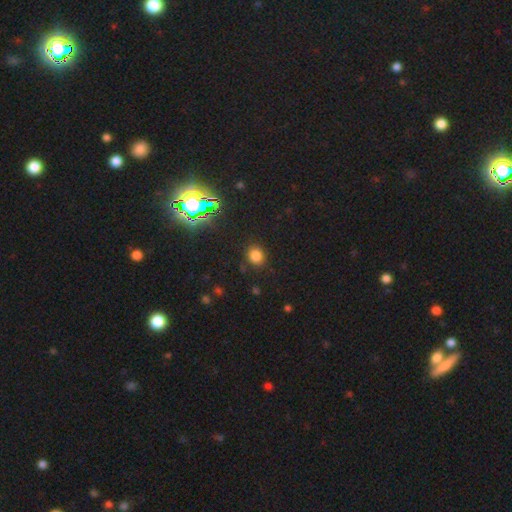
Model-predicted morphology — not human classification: smooth_or_featured: smooth (p=0.76) [alt: star or artifact p=0.19]
how_rounded: round (p=0.79) [alt: in between p=0.20]
merging: none (p=0.86) [alt: minor disturbance p=0.09]